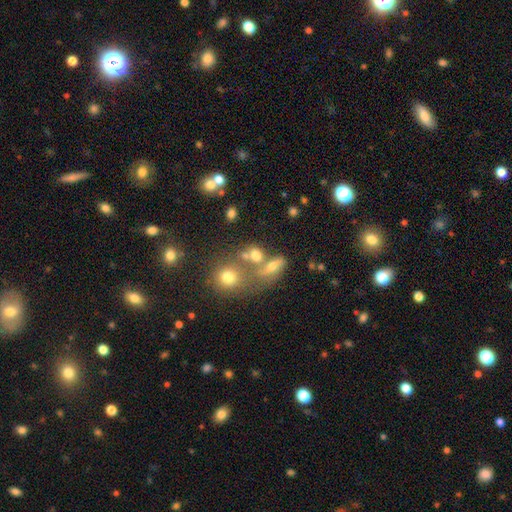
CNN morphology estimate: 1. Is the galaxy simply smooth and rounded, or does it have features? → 64% smooth, 18% featured or disk, 17% star or artifact.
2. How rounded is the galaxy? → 49% in between, 45% round, 6% cigar-shaped.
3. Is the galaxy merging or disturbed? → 41% merger, 40% none, 11% minor disturbance, 8% major disturbance.